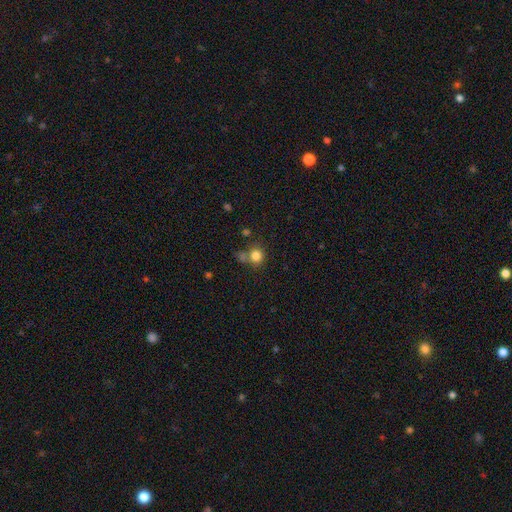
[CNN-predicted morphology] The model was most divided on "merging": none: 63%, merger: 19%, minor disturbance: 12%, major disturbance: 5%. More confident: how rounded — round (86%); smooth or featured — smooth (82%).